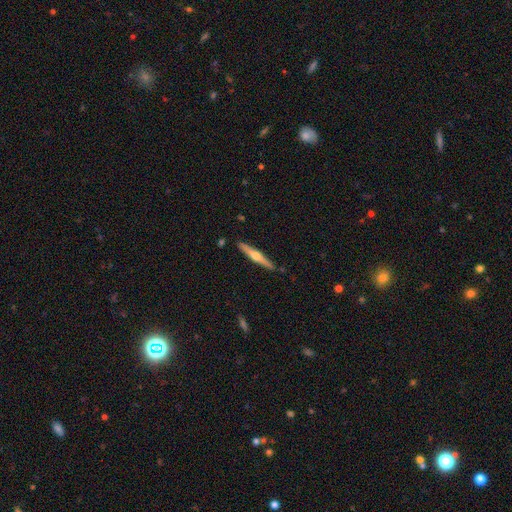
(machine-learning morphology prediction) A featured or disk galaxy (69%) viewed edge-on (98%) with a rounded central bulge (93%).

Vote fractions:
- Smooth or featured? featured or disk: 69% / smooth: 26% / star or artifact: 5%
- Edge-on disk? yes: 98% / no: 2%
- Edge-on bulge? rounded: 93% / none: 4% / boxy: 3%
- Merging? none: 90% / minor disturbance: 7% / merger: 2% / major disturbance: 1%